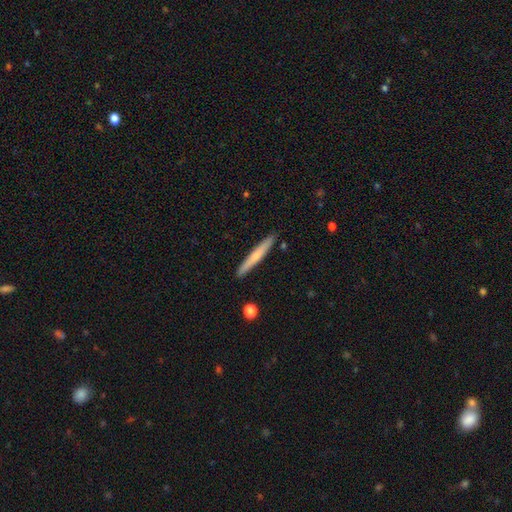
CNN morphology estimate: Smooth or featured?
  - smooth: 60% *
  - featured or disk: 35%
  - star or artifact: 6%
How rounded?
  - cigar-shaped: 96% *
  - in between: 3%
  - round: 1%
Merging?
  - none: 90% *
  - minor disturbance: 7%
  - merger: 2%
  - major disturbance: 1%